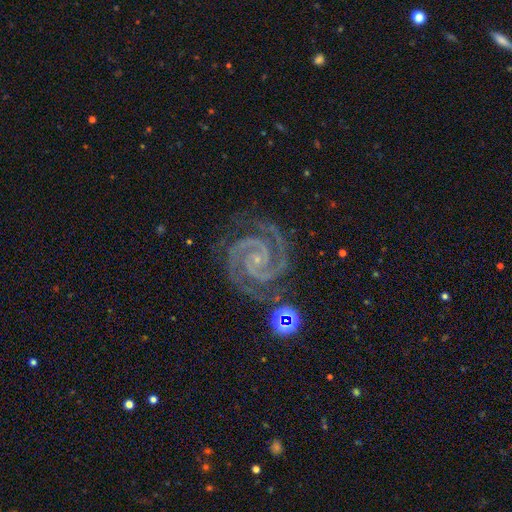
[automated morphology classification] smooth-or-featured: featured or disk: 92% | star or artifact: 6% | smooth: 2%
  disk-edge-on: no: 98% | yes: 2%
    bar: no: 59% | weak: 26% | strong: 16%
    has-spiral-arms: yes: 99% | no: 1%
      spiral-winding: tight: 77% | medium: 21% | loose: 2%
      spiral-arm-count: 2: 80% | 3: 10% | can't tell: 3% | 4: 3% | more than 4: 2% | 1: 2%
    bulge-size: small: 84% | moderate: 9% | none: 6% | large: 1% | dominant: 1%
  merging: none: 80% | minor disturbance: 14% | major disturbance: 4% | merger: 3%